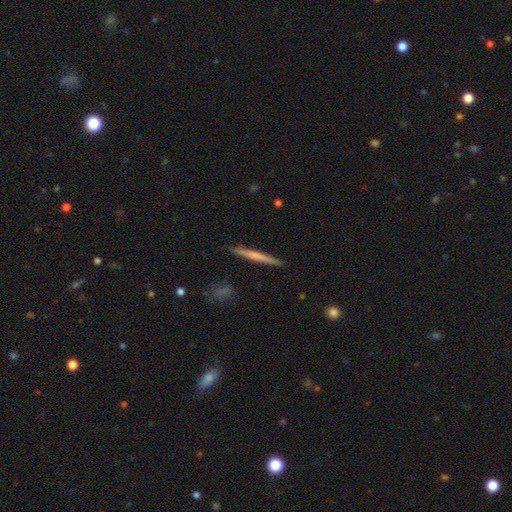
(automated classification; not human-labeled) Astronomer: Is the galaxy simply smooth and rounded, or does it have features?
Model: smooth — 58% (runner-up: featured or disk, 37%).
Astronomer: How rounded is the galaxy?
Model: cigar-shaped — 96%.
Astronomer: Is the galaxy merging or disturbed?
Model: none — 89%.